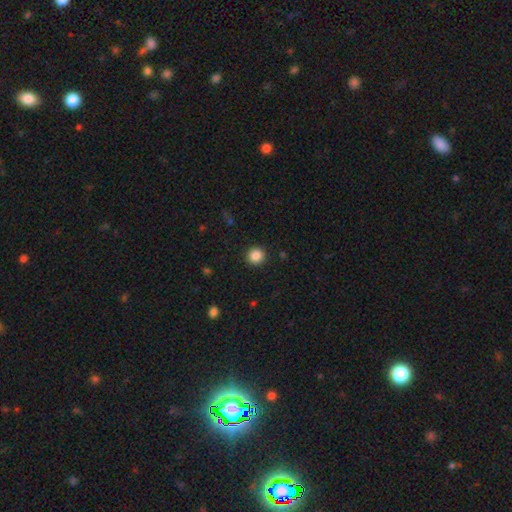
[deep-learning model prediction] Overall: smooth (86%). How rounded: round (93%). Merging: none (92%).